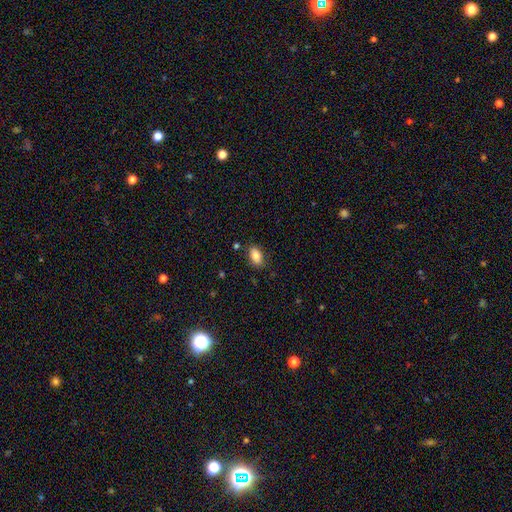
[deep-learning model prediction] A smooth galaxy with no disk features (84%) that is in between round and cigar-shaped (91%).

Vote fractions:
- Smooth or featured? smooth: 84% / featured or disk: 8% / star or artifact: 8%
- How rounded? in between: 91% / round: 7% / cigar-shaped: 2%
- Merging? none: 83% / minor disturbance: 12% / major disturbance: 3% / merger: 2%